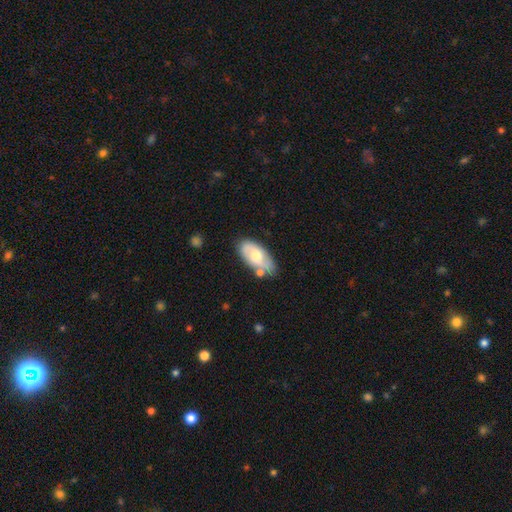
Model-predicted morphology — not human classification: smooth-or-featured: smooth: 48% | featured or disk: 46% | star or artifact: 6%
  merging: none: 65% | minor disturbance: 21% | merger: 9% | major disturbance: 5%